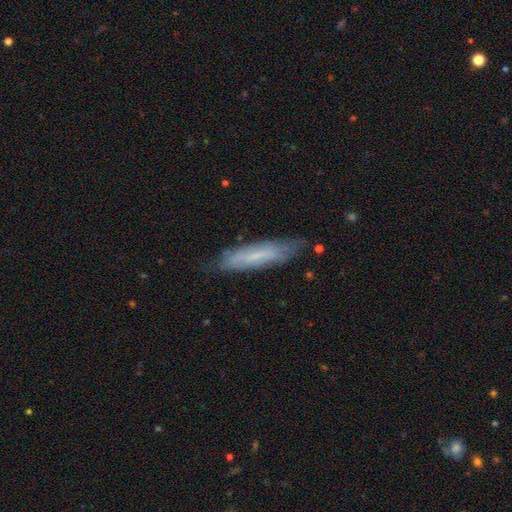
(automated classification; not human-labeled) Q: Smooth or featured?
A: smooth (52%); runner-up: featured or disk (40%)
Q: How rounded?
A: cigar-shaped (80%); runner-up: in between (18%)
Q: Merging?
A: none (75%); runner-up: minor disturbance (19%)